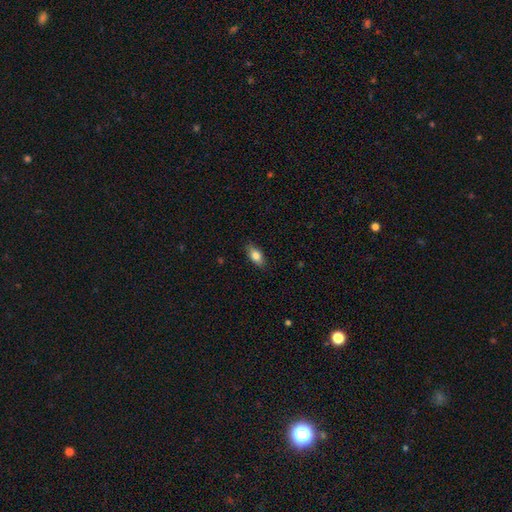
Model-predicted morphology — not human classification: type=smooth (80%); roundness=in between (86%); merging=none (86%).